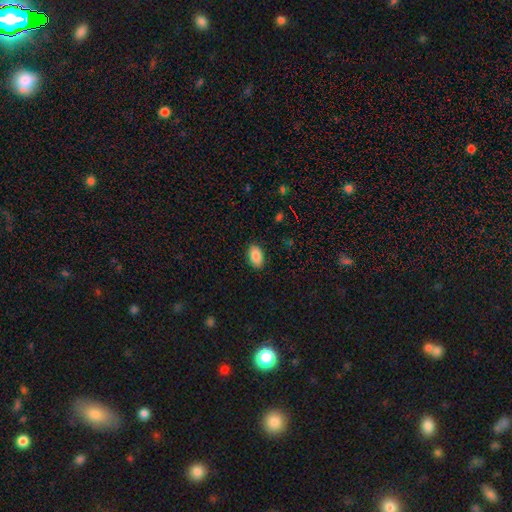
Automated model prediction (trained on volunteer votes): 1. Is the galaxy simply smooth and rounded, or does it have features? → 87% smooth, 8% star or artifact, 6% featured or disk.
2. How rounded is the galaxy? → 92% in between, 7% round, 2% cigar-shaped.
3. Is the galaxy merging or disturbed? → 88% none, 9% minor disturbance, 2% major disturbance, 1% merger.